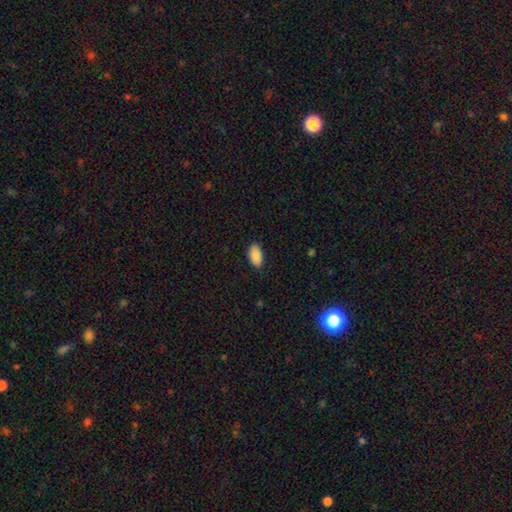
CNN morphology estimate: type=smooth (89%); roundness=in between (94%); merging=none (85%).